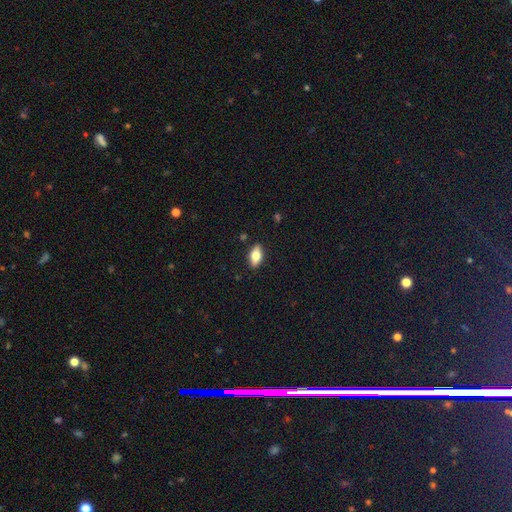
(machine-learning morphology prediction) Smooth or featured? smooth (71%)
How rounded? in between (87%)
Merging? none (87%)